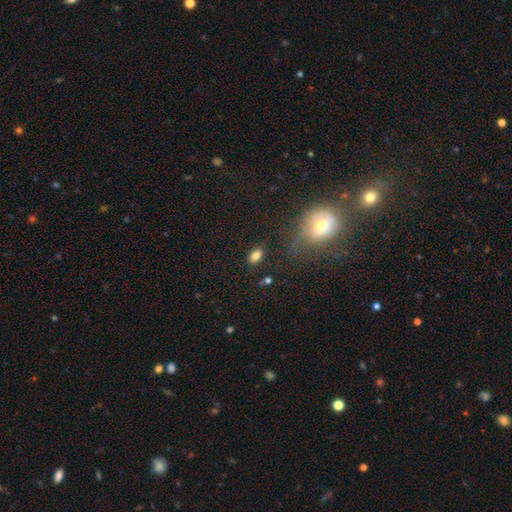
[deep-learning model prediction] Overall: smooth (81%). How rounded: in between (86%). Merging: none (84%).